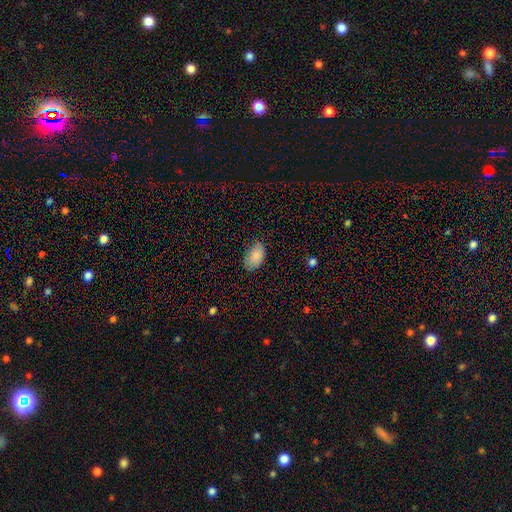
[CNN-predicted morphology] smooth-or-featured: smooth: 87% | star or artifact: 7% | featured or disk: 6%
  how-rounded: in between: 92% | round: 6% | cigar-shaped: 1%
  merging: none: 77% | minor disturbance: 19% | major disturbance: 4% | merger: 1%